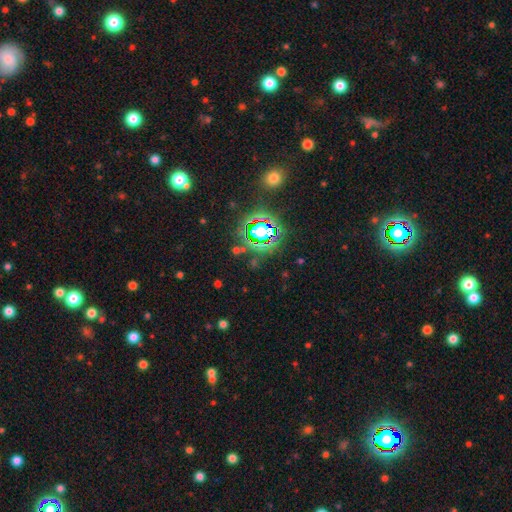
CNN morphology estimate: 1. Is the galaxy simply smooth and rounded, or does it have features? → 78% star or artifact, 14% smooth, 9% featured or disk.